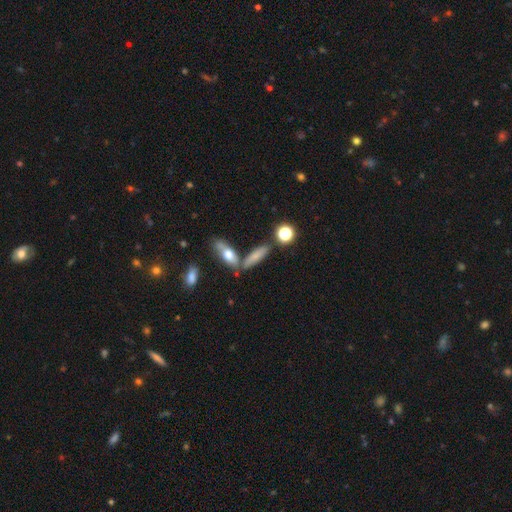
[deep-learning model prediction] Overall: smooth (72%). How rounded: cigar-shaped (55%; in between 39%). Merging: none (63%).